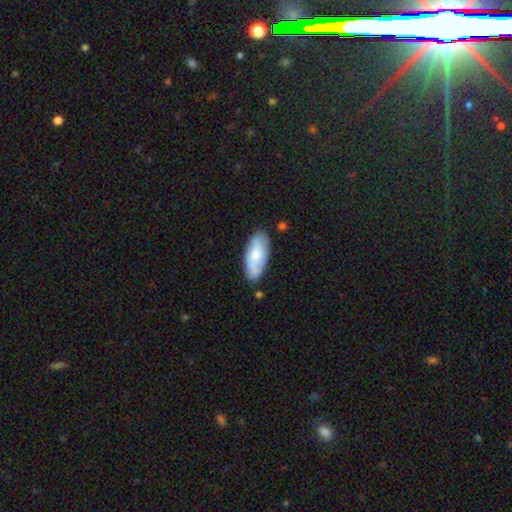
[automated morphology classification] The model was most divided on "smooth or featured": smooth: 72%, featured or disk: 23%, star or artifact: 6%. More confident: how rounded — in between (86%); merging — none (77%).